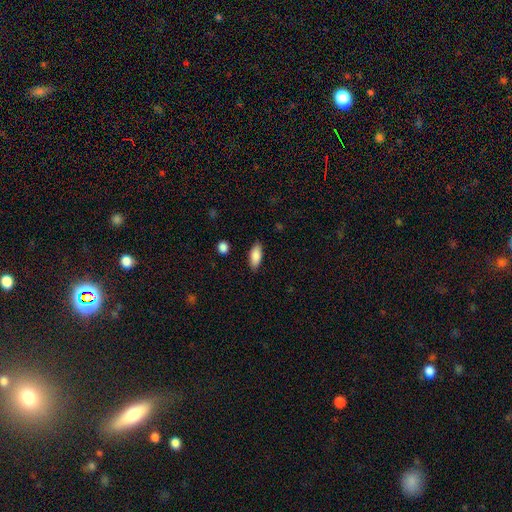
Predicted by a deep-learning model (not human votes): Smooth or featured: smooth — 87% (featured or disk — 7%)
How rounded: in between — 82% (cigar-shaped — 16%)
Merging: none — 85% (minor disturbance — 11%)